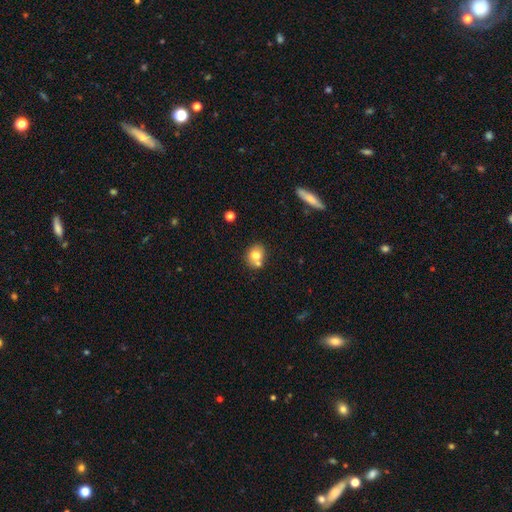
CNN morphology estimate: Q: Smooth or featured?
A: smooth (75%); runner-up: featured or disk (15%)
Q: How rounded?
A: round (69%); runner-up: in between (30%)
Q: Merging?
A: none (55%); runner-up: merger (31%)